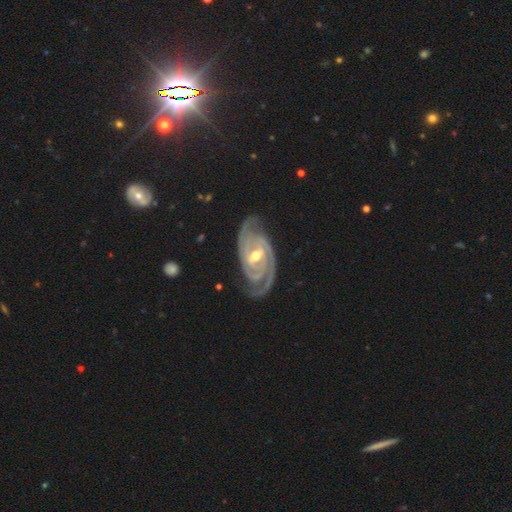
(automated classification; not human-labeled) Smooth or featured?
  - featured or disk: 92% *
  - star or artifact: 5%
  - smooth: 3%
Edge-on disk?
  - no: 96% *
  - yes: 4%
Bar?
  - weak: 44% *
  - no: 29%
  - strong: 27%
Spiral arms?
  - yes: 98% *
  - no: 2%
Spiral winding?
  - tight: 68% *
  - medium: 28%
  - loose: 4%
Spiral arm count?
  - 2: 75% *
  - 3: 11%
  - can't tell: 6%
  - 4: 3%
  - 1: 3%
  - more than 4: 3%
Bulge size?
  - moderate: 63% *
  - small: 34%
  - large: 2%
  - none: 1%
  - dominant: 1%
Merging?
  - none: 79% *
  - minor disturbance: 15%
  - major disturbance: 4%
  - merger: 1%